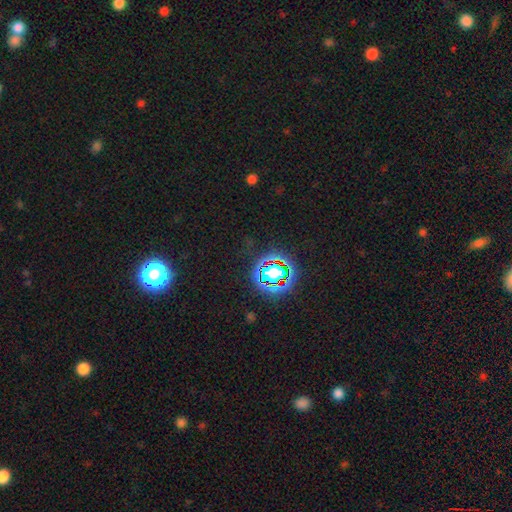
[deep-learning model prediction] The model was most divided on "smooth or featured": star or artifact: 78%, smooth: 14%, featured or disk: 7%.